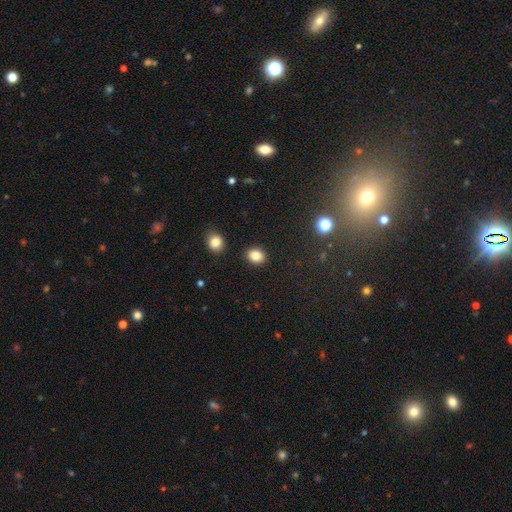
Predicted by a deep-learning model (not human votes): Smooth or featured: smooth — 83% (star or artifact — 11%)
How rounded: round — 57% (in between — 42%)
Merging: none — 88% (minor disturbance — 7%)